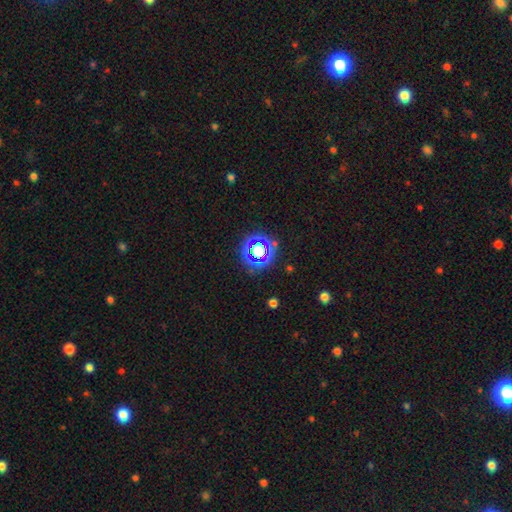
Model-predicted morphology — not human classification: Smooth or featured: star or artifact — 76% (smooth — 16%)